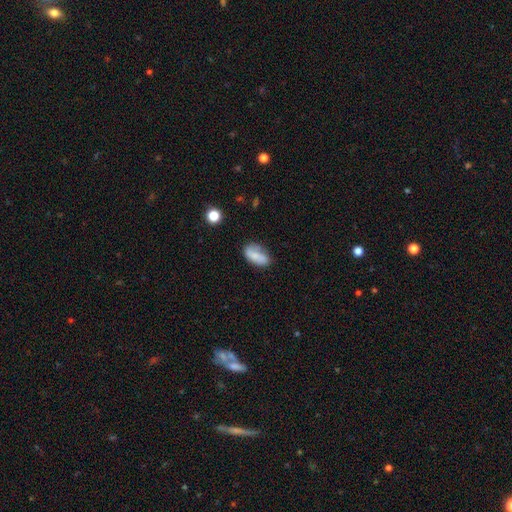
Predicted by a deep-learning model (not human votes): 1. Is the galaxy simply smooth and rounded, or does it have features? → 70% smooth, 21% featured or disk, 9% star or artifact.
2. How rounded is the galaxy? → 89% in between, 6% cigar-shaped, 5% round.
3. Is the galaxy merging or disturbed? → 55% none, 28% minor disturbance, 10% major disturbance, 7% merger.